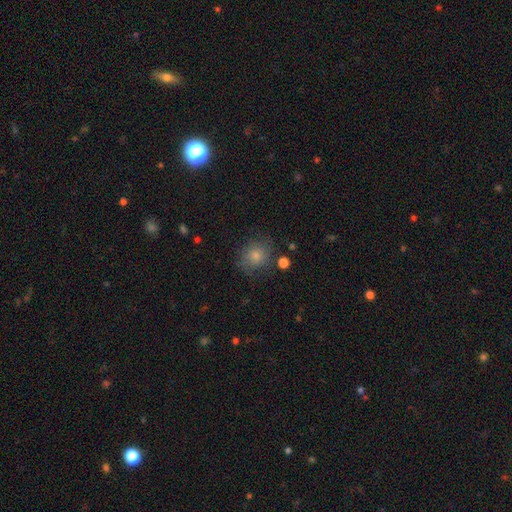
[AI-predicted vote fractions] Smooth or featured: smooth — 80% (star or artifact — 10%)
How rounded: round — 78% (in between — 21%)
Merging: none — 74% (minor disturbance — 17%)